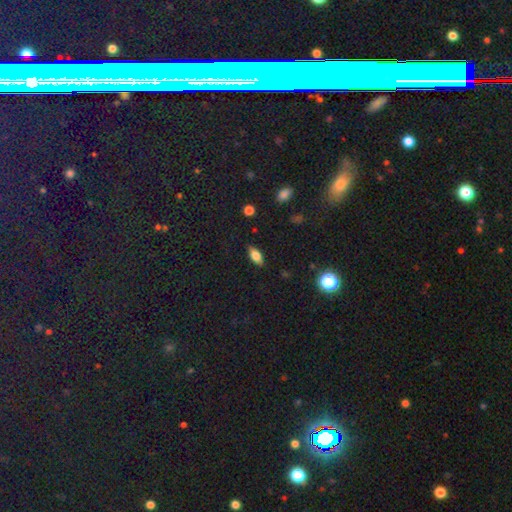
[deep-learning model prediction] A smooth galaxy with no disk features (69%) that is in between round and cigar-shaped (81%). Merging: none (86%).